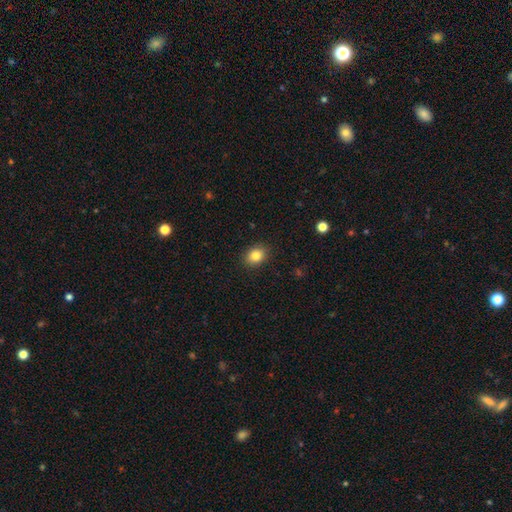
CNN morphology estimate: smooth 83%, star or artifact 10%, featured or disk 7%. Down the decision tree: how rounded — round (50%); merging — none (89%).